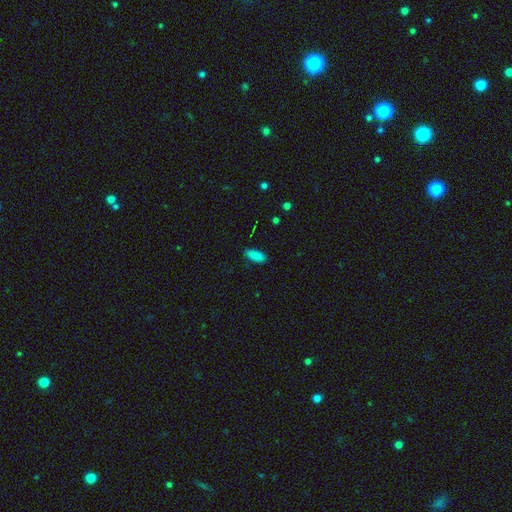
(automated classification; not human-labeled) smooth_or_featured: smooth (p=0.87) [alt: star or artifact p=0.09]
how_rounded: in between (p=0.81) [alt: cigar-shaped p=0.17]
merging: none (p=0.87) [alt: minor disturbance p=0.10]